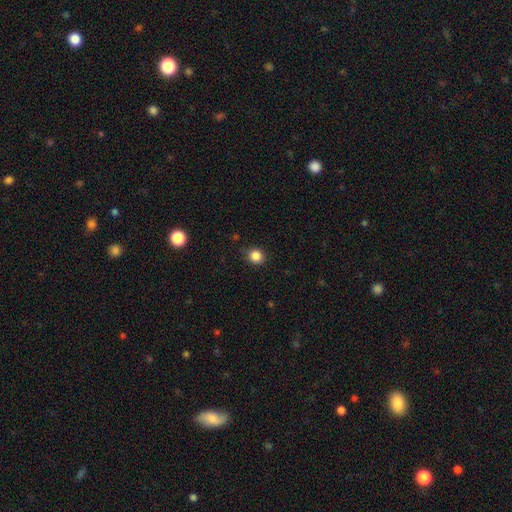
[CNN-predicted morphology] The model was most divided on "how rounded": round: 85%, in between: 15%, cigar-shaped: 1%. More confident: merging — none (86%); smooth or featured — smooth (85%).